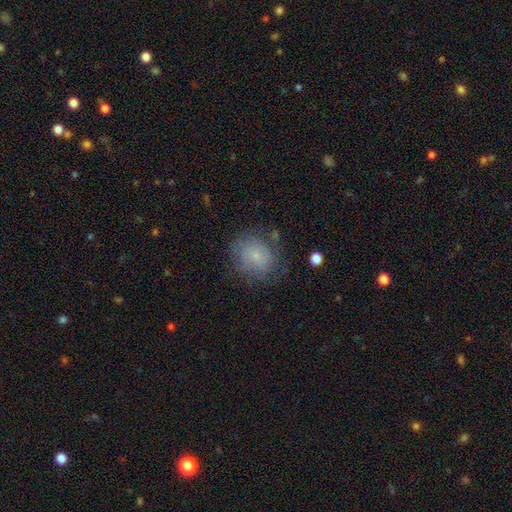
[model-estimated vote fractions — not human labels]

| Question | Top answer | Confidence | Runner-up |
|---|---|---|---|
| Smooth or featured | smooth | 64% | featured or disk (25%) |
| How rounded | round | 72% | in between (27%) |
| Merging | none | 69% | minor disturbance (20%) |